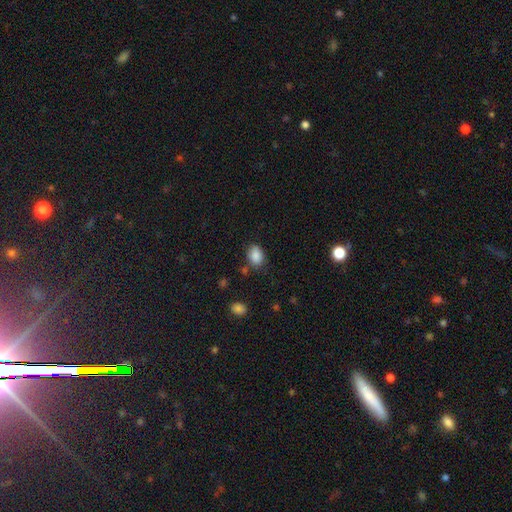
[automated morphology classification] The model was most divided on "how rounded": in between: 71%, round: 28%, cigar-shaped: 1%. More confident: smooth or featured — smooth (87%); merging — none (74%).